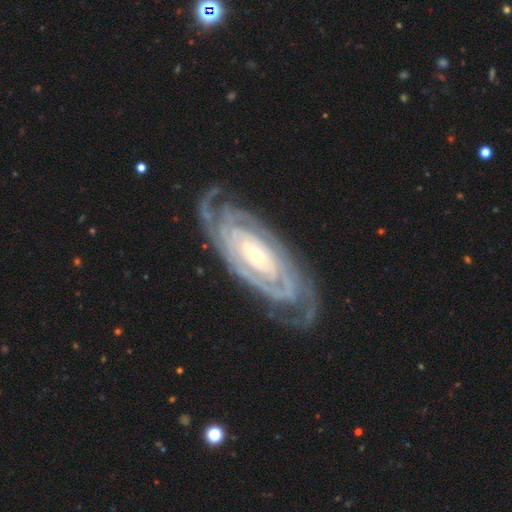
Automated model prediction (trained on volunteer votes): A featured or disk galaxy (90%) with no bar (64%), tight (83%) spiral arms (97%) and a small central bulge (64%). Merging: none (77%).